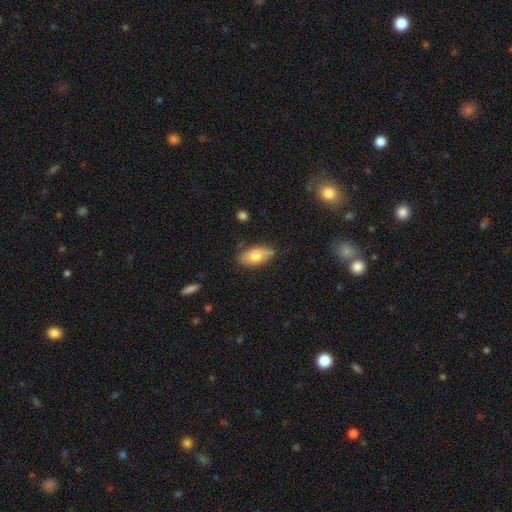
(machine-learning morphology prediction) A smooth galaxy with no disk features (73%) that is in between round and cigar-shaped (91%).

Vote fractions:
- Smooth or featured? smooth: 73% / featured or disk: 21% / star or artifact: 6%
- How rounded? in between: 91% / cigar-shaped: 5% / round: 4%
- Merging? none: 79% / minor disturbance: 17% / major disturbance: 3% / merger: 2%